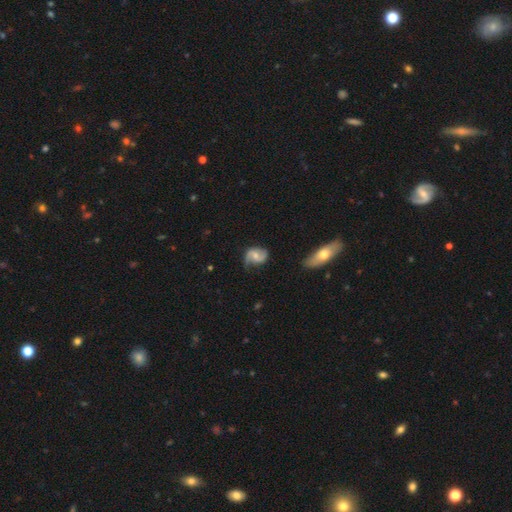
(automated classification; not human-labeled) This is likely a featured or disk galaxy (77%). It is clearly not viewed edge-on (97%). Bar: possibly no (53%). Spiral arm pattern: clearly yes (95%). Spiral arm count: clearly 2 (85%). Spiral winding: possibly medium (45%). Central bulge: possibly moderate (51%). Merging: likely none (66%).